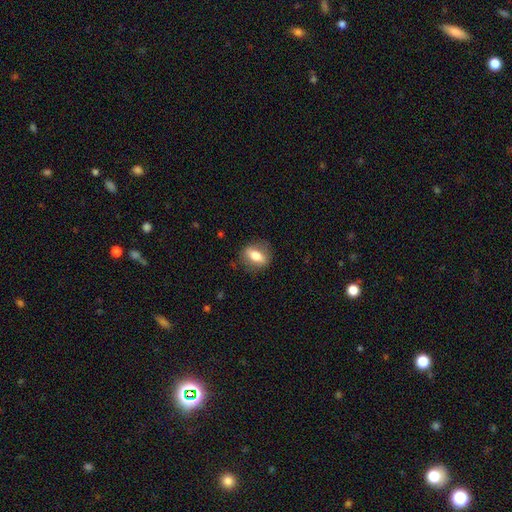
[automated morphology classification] The model was most divided on "smooth or featured": smooth: 63%, featured or disk: 29%, star or artifact: 8%. More confident: merging — none (82%); how rounded — in between (67%).